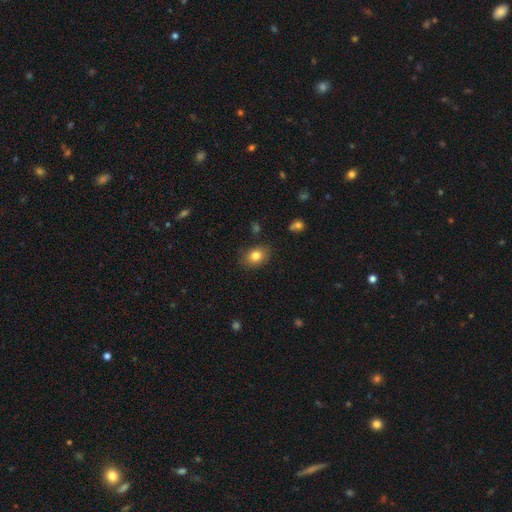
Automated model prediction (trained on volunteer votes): smooth_or_featured: smooth (p=0.82) [alt: star or artifact p=0.10]
how_rounded: in between (p=0.63) [alt: round p=0.36]
merging: none (p=0.82) [alt: minor disturbance p=0.13]